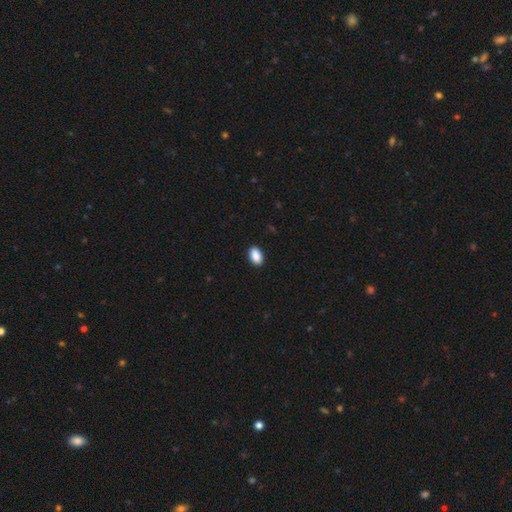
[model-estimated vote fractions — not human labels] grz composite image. It shows a smooth galaxy with no disk features (90%) that is in between round and cigar-shaped (91%). Merging: none (90%).